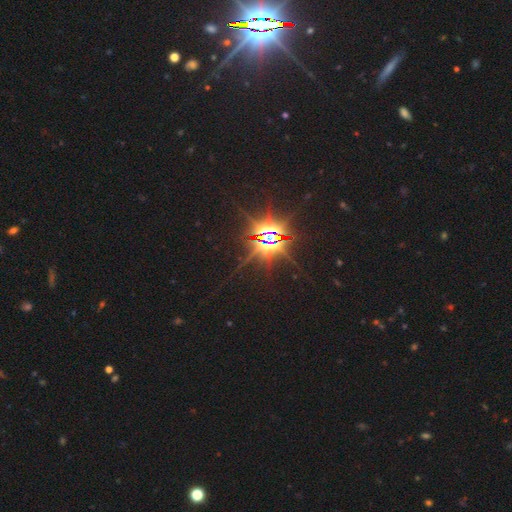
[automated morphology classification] smooth-or-featured: star or artifact: 87% | featured or disk: 7% | smooth: 6%